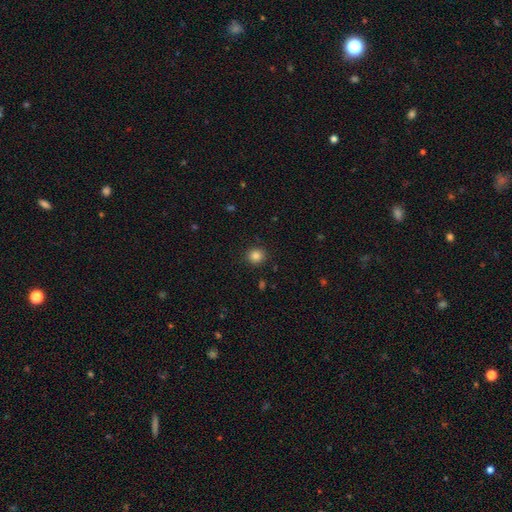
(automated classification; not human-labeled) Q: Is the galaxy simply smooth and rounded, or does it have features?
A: smooth — 84%.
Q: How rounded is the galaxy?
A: round — 90%.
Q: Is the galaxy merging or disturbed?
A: none — 91%.